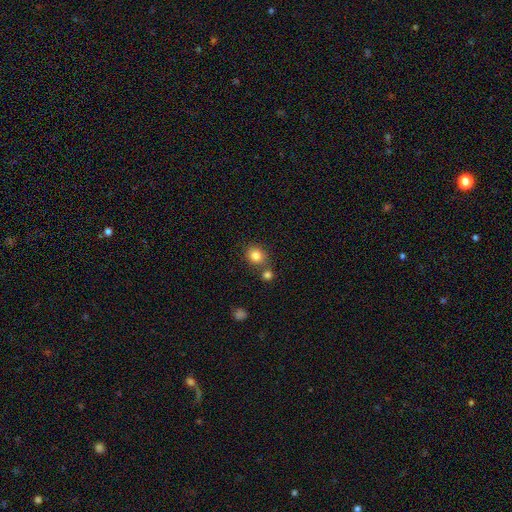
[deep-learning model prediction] Smooth or featured?
  - smooth: 83% *
  - star or artifact: 11%
  - featured or disk: 6%
How rounded?
  - round: 79% *
  - in between: 20%
  - cigar-shaped: 1%
Merging?
  - none: 67% *
  - merger: 21%
  - minor disturbance: 10%
  - major disturbance: 3%